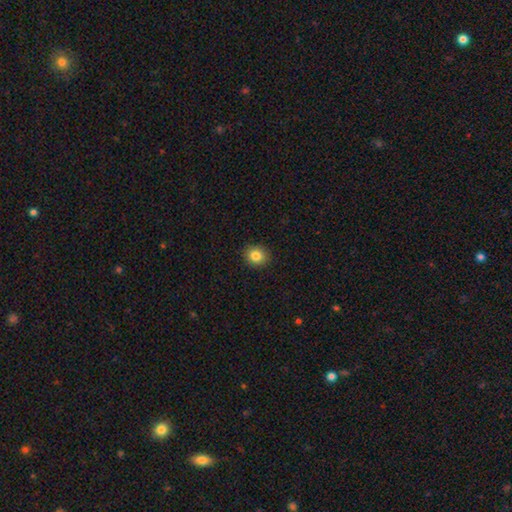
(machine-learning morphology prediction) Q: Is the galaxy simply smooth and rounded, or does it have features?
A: smooth — 84%.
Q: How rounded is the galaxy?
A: round — 75%.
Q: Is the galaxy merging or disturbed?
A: none — 91%.